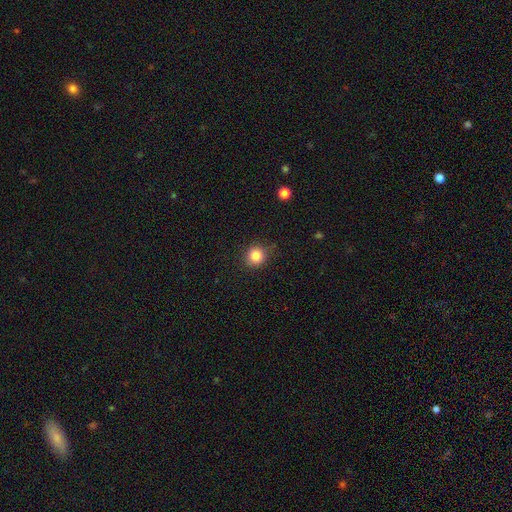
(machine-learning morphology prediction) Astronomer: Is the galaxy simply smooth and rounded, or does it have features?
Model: smooth — 84%.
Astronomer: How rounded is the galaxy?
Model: round — 91%.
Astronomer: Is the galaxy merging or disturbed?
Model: none — 85%.